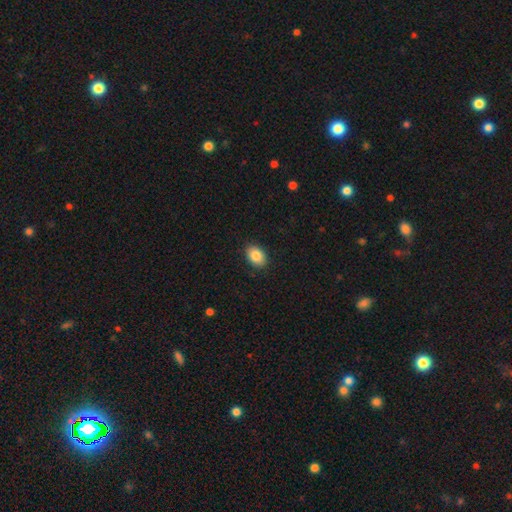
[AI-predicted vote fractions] This is clearly a smooth galaxy (86%). How rounded: likely in between (78%). Merging: clearly none (89%).